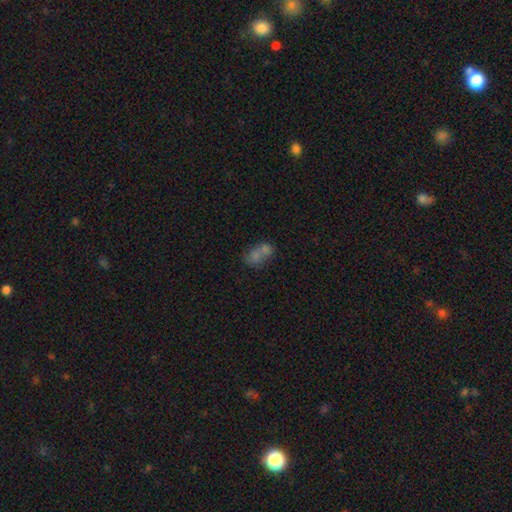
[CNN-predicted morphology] Overall: smooth (65%). How rounded: in between (66%; round 31%). Merging: merger (60%; none 25%).